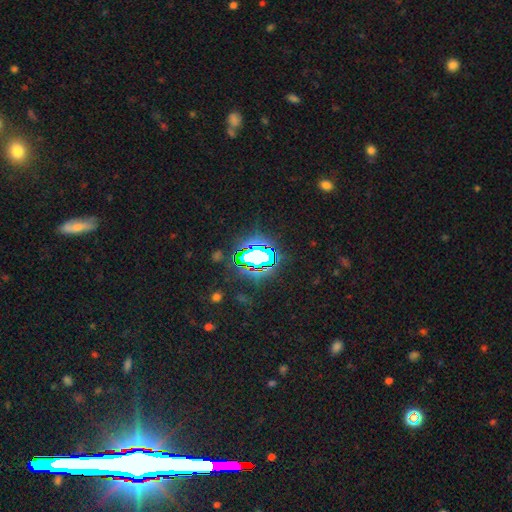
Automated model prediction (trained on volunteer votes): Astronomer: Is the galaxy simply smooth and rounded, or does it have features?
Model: star or artifact — 69%.